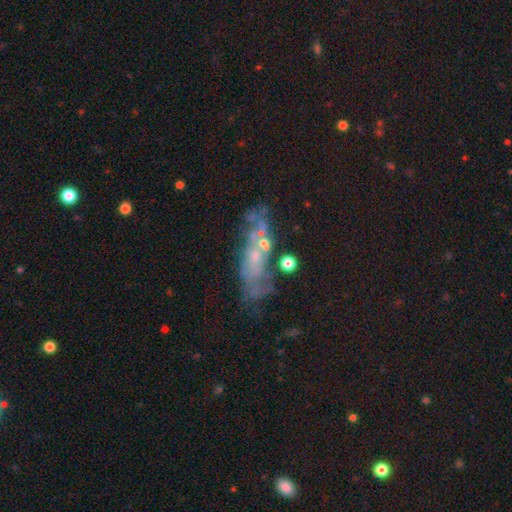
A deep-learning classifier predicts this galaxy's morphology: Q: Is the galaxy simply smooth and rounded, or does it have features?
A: featured or disk — 54%.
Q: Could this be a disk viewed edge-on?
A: no — 75%.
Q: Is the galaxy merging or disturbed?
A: none — 57%.